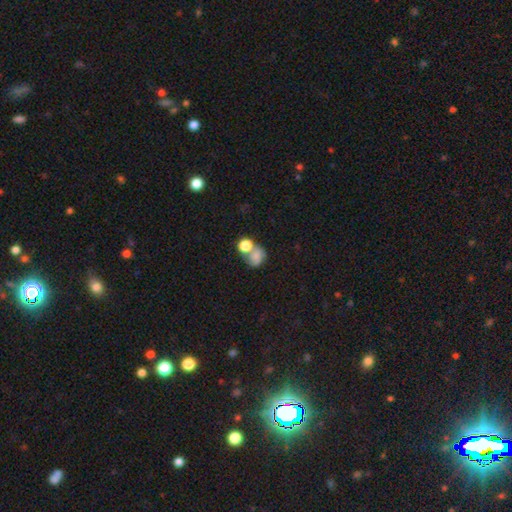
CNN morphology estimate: smooth-or-featured: smooth: 69% | featured or disk: 18% | star or artifact: 13%
  how-rounded: round: 59% | in between: 40% | cigar-shaped: 1%
  merging: merger: 46% | none: 29% | minor disturbance: 14% | major disturbance: 11%